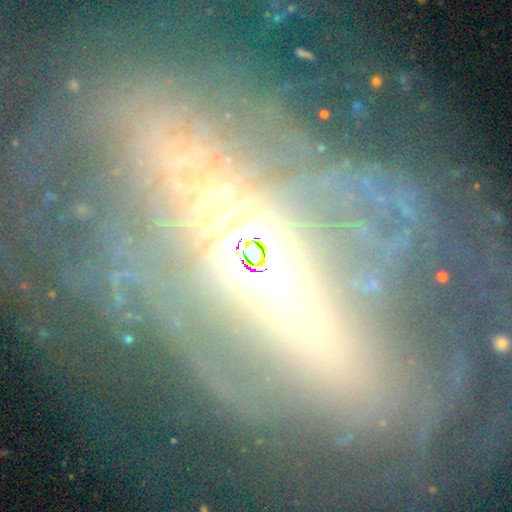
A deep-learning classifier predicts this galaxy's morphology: Smooth or featured? Predicted: featured or disk (p=0.84). Edge-on disk? Predicted: no (p=0.76). Bar? Predicted: strong (p=0.67). Spiral arms? Predicted: yes (p=0.63). Bulge size? Predicted: moderate (p=0.47). Merging? Predicted: none (p=0.48).